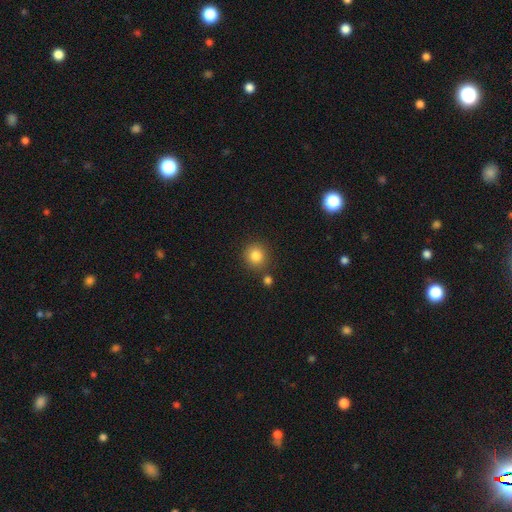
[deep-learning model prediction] Morphology: type=smooth (84%); roundness=round (92%); merging=none (83%).